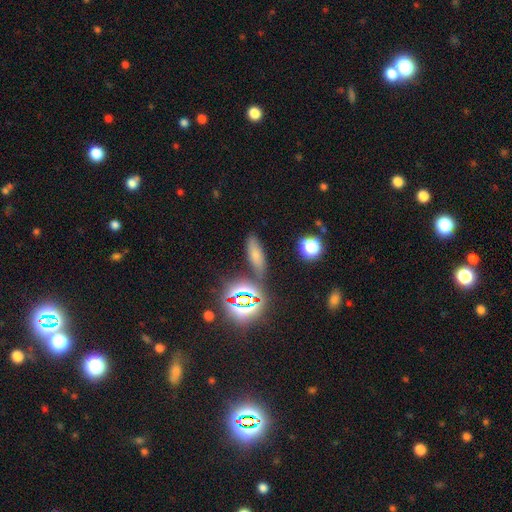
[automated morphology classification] The model was most divided on "how rounded": in between: 57%, cigar-shaped: 36%, round: 7%. More confident: merging — none (76%); smooth or featured — smooth (60%).